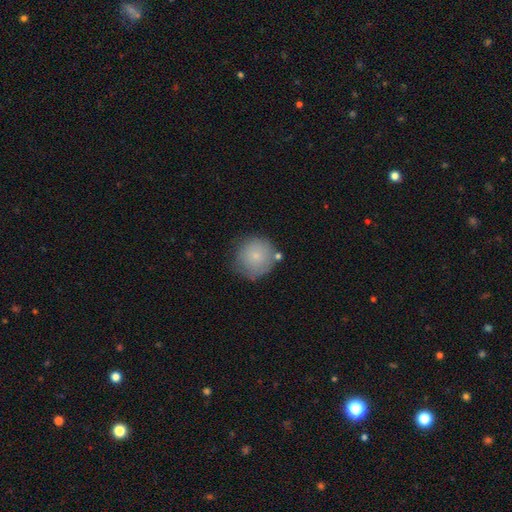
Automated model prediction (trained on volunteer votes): Smooth or featured?
  - smooth: 79% *
  - featured or disk: 13%
  - star or artifact: 7%
How rounded?
  - round: 93% *
  - in between: 6%
  - cigar-shaped: 1%
Merging?
  - none: 67% *
  - minor disturbance: 21%
  - major disturbance: 6%
  - merger: 6%